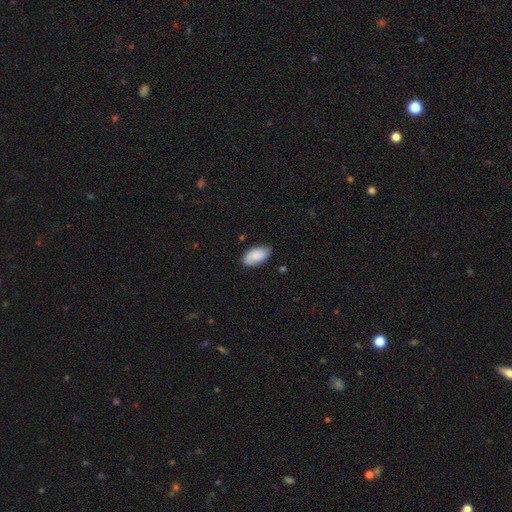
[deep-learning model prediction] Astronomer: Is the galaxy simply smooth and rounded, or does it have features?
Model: smooth — 80%.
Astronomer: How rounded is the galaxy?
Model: in between — 95%.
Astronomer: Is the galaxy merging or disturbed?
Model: none — 78%.